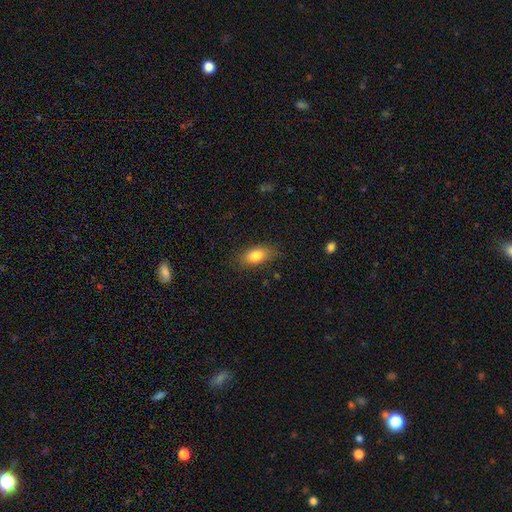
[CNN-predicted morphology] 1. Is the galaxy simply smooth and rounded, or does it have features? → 82% smooth, 10% featured or disk, 8% star or artifact.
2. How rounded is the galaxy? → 87% in between, 8% cigar-shaped, 6% round.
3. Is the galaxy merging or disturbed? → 83% none, 13% minor disturbance, 3% major disturbance, 1% merger.